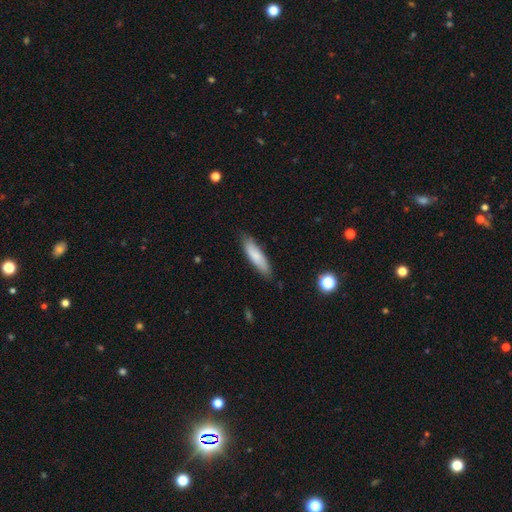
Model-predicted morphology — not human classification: smooth 79%, featured or disk 15%, star or artifact 6%. Down the decision tree: how rounded — cigar-shaped (68%); merging — none (82%).